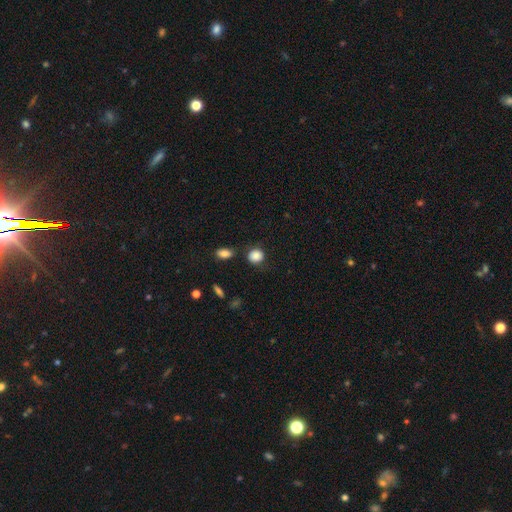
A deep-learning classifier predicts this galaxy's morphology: This appears to be a smooth galaxy with no disk features (86%) that is round (81%). Merging: none (77%).